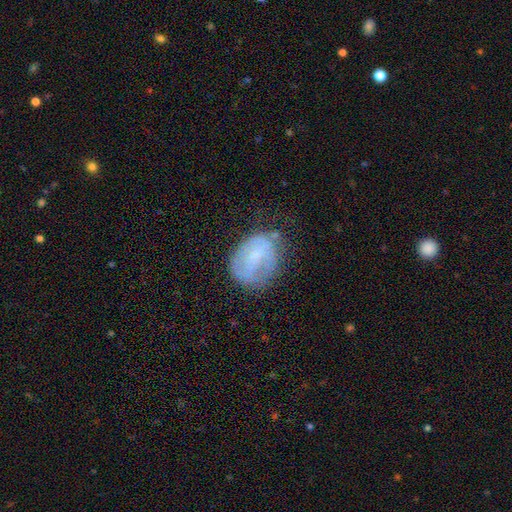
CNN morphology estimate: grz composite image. It shows a smooth galaxy with no disk features (46%, tied with featured or disk). Merging: none (53%).